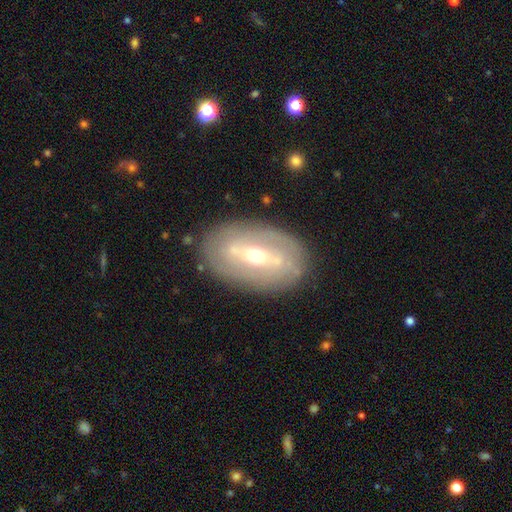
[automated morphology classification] A featured or disk galaxy (74%) with a strong bar (52%), spiral arms (54%) and a moderate central bulge (66%).

Vote fractions:
- Smooth or featured? featured or disk: 74% / smooth: 20% / star or artifact: 6%
- Edge-on disk? no: 89% / yes: 11%
- Bar? strong: 52% / weak: 33% / no: 15%
- Spiral arms? yes: 54% / no: 46%
- Bulge size? moderate: 66% / small: 27% / large: 5% / dominant: 1% / none: 1%
- Merging? none: 83% / minor disturbance: 12% / major disturbance: 4% / merger: 1%